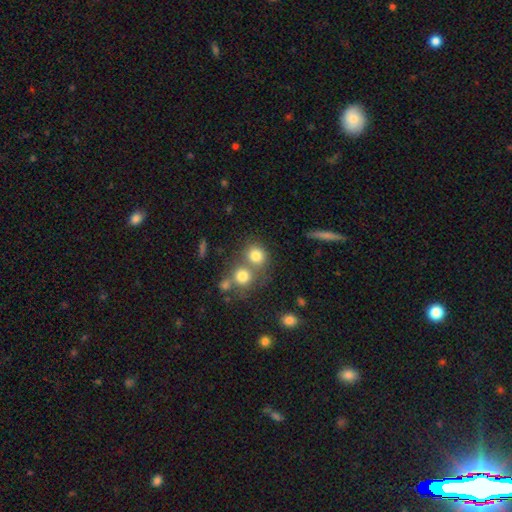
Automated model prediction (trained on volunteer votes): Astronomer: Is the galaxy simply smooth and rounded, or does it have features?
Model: smooth — 79%.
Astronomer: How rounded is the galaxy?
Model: round — 82%.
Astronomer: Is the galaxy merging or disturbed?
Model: none — 49% (runner-up: merger, 38%).